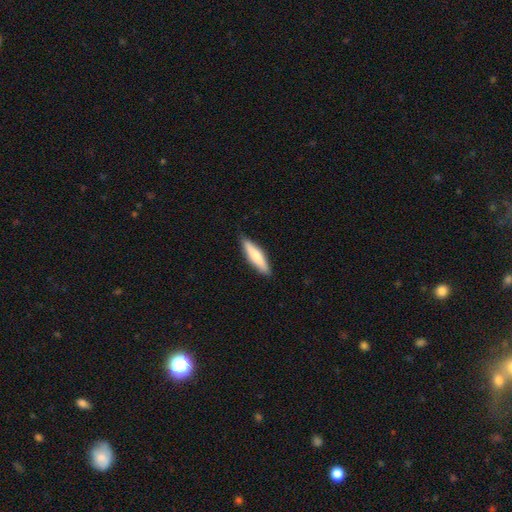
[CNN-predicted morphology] The model was most divided on "smooth or featured": smooth: 71%, featured or disk: 24%, star or artifact: 5%. More confident: merging — none (87%); how rounded — cigar-shaped (76%).